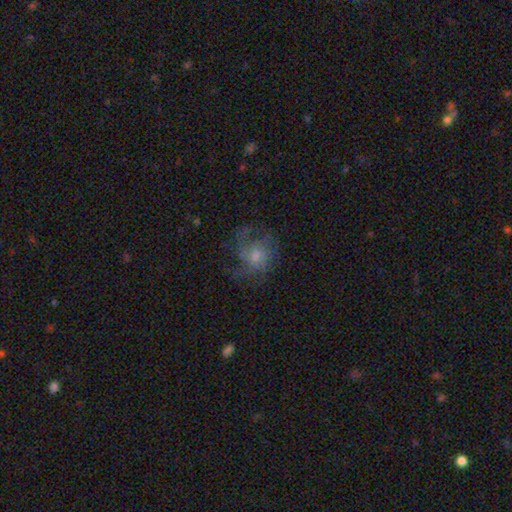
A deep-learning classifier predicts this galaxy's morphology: A featured or disk galaxy (58%) with no bar (75%), spiral arms (79%) and a moderate central bulge (47%).

Vote fractions:
- Smooth or featured? featured or disk: 58% / smooth: 29% / star or artifact: 13%
- Edge-on disk? no: 97% / yes: 3%
- Bar? no: 75% / weak: 22% / strong: 3%
- Spiral arms? yes: 79% / no: 21%
- Bulge size? moderate: 47% / small: 36% / none: 9% / large: 7% / dominant: 1%
- Merging? none: 57% / major disturbance: 22% / minor disturbance: 20% / merger: 1%